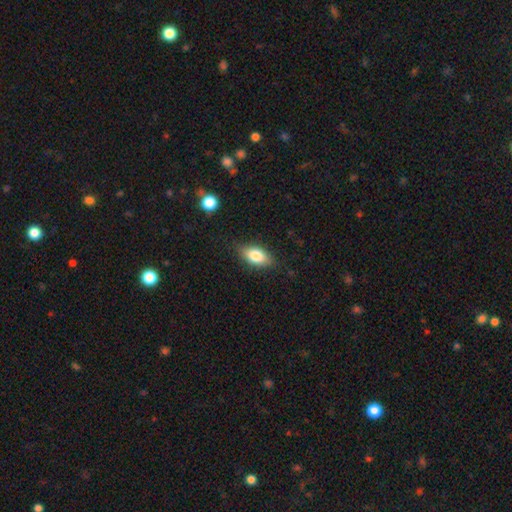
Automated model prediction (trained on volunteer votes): A smooth galaxy with no disk features (79%) that is in between round and cigar-shaped (87%).

Vote fractions:
- Smooth or featured? smooth: 79% / featured or disk: 14% / star or artifact: 7%
- How rounded? in between: 87% / cigar-shaped: 8% / round: 6%
- Merging? none: 81% / minor disturbance: 14% / major disturbance: 3% / merger: 1%